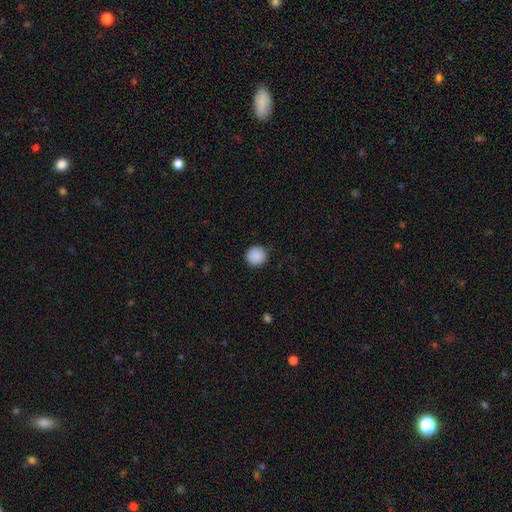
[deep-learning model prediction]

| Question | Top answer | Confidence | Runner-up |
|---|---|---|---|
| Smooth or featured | smooth | 89% | star or artifact (8%) |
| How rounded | round | 94% | in between (5%) |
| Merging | none | 90% | minor disturbance (7%) |